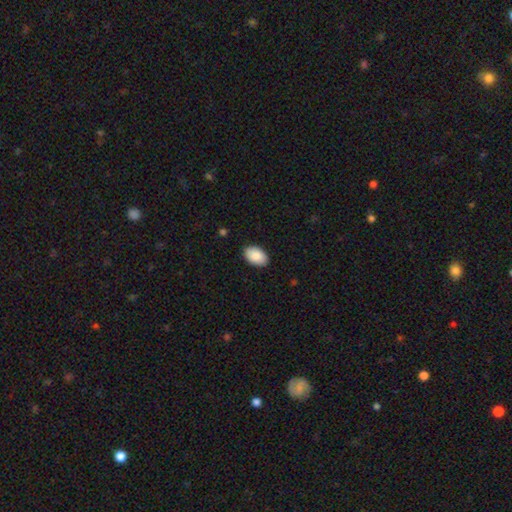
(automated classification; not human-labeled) Q: Smooth or featured?
A: smooth (90%); runner-up: star or artifact (6%)
Q: How rounded?
A: in between (92%); runner-up: round (7%)
Q: Merging?
A: none (88%); runner-up: minor disturbance (9%)